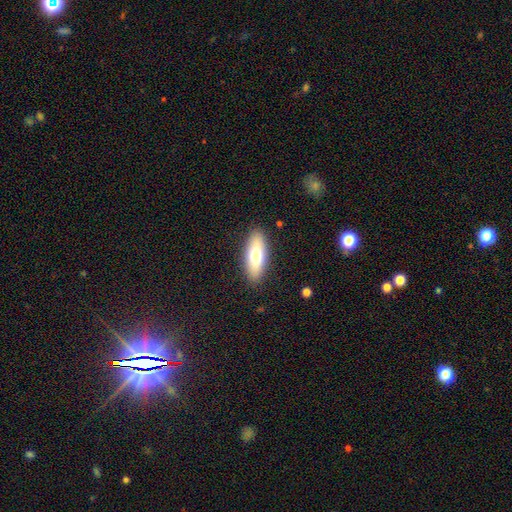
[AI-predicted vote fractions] Overall: smooth (71%). How rounded: in between (65%; cigar-shaped 32%). Merging: none (88%).